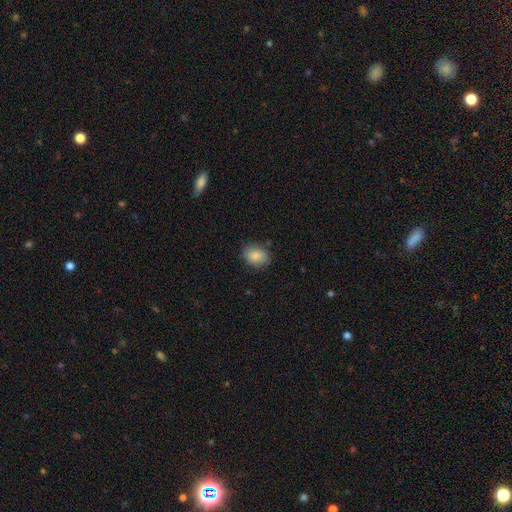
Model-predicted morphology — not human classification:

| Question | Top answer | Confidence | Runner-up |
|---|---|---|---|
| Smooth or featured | smooth | 87% | star or artifact (7%) |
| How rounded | in between | 70% | round (29%) |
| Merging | none | 82% | minor disturbance (13%) |